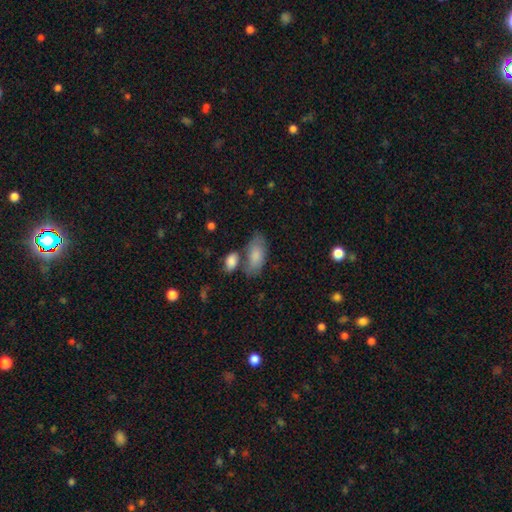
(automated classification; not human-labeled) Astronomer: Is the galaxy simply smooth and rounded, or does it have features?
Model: smooth — 81%.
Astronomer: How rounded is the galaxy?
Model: in between — 91%.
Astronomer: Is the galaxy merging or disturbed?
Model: none — 54%.